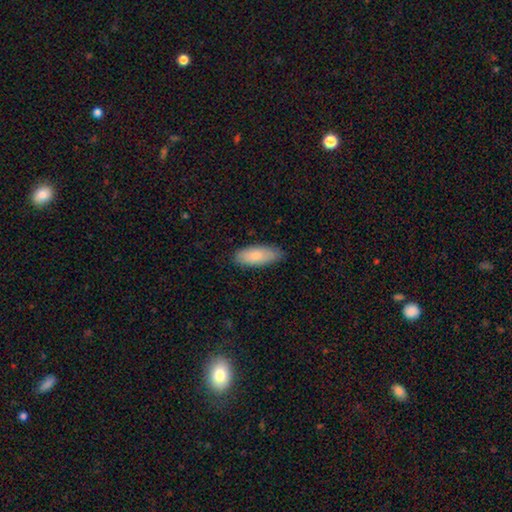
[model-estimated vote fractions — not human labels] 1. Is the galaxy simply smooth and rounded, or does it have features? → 83% smooth, 11% featured or disk, 5% star or artifact.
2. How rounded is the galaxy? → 76% in between, 22% cigar-shaped, 2% round.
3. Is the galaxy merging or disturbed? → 82% none, 14% minor disturbance, 2% major disturbance, 1% merger.